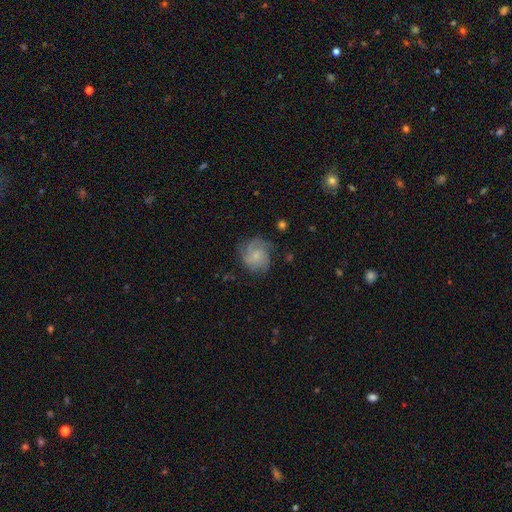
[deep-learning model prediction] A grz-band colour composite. It shows a featured or disk galaxy (62%) with no bar (72%), 3 (33%) medium (43%) spiral arms (91%) and a small central bulge (68%). Merging: none (68%).